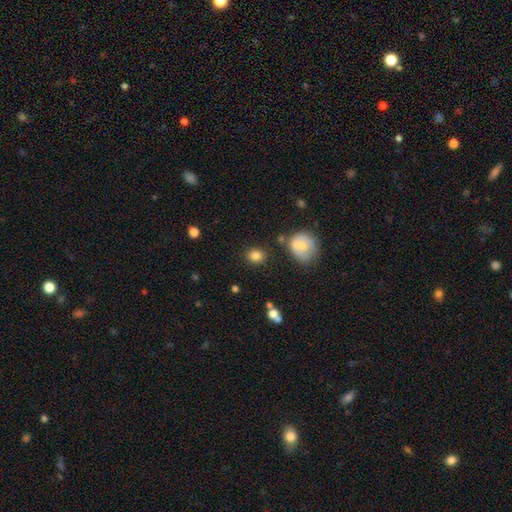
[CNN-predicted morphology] Overall: smooth (83%). How rounded: round (77%). Merging: none (84%).